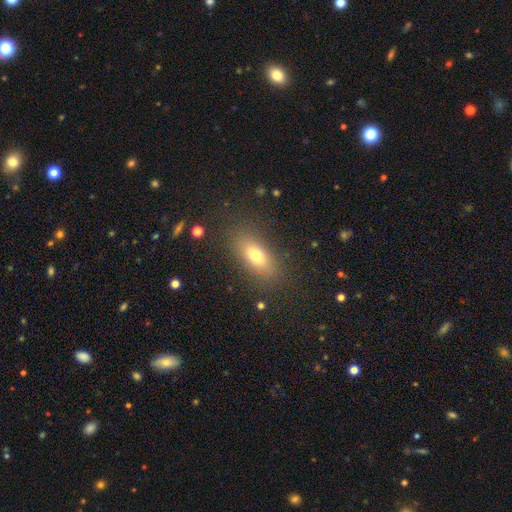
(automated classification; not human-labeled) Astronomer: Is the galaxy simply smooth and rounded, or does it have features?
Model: smooth — 73%.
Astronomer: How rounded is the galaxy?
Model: in between — 80%.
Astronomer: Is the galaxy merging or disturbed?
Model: none — 83%.